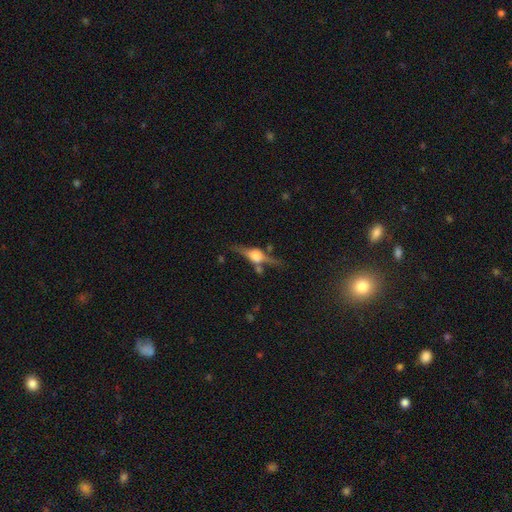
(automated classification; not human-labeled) Morphology: type=featured or disk (80%); edge-on=yes (96%); edge-on bulge=rounded (92%); merging=none (77%).